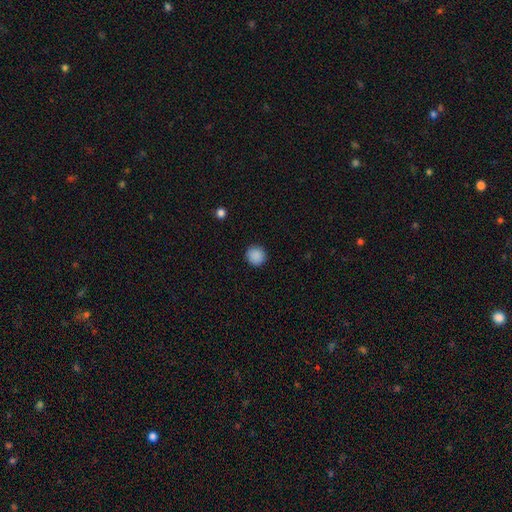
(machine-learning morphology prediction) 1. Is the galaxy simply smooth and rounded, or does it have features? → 89% smooth, 9% star or artifact, 2% featured or disk.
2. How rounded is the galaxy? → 90% round, 9% in between, 1% cigar-shaped.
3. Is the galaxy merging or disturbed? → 91% none, 6% minor disturbance, 2% major disturbance, 1% merger.